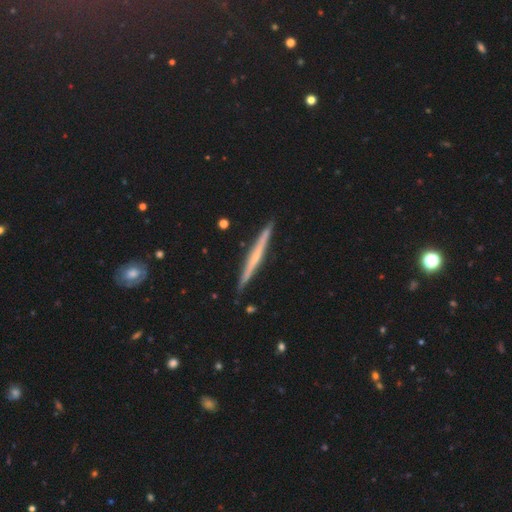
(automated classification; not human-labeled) Smooth or featured? featured or disk (66%)
Edge-on disk? yes (98%)
Edge-on bulge? none (63%)
Merging? none (91%)